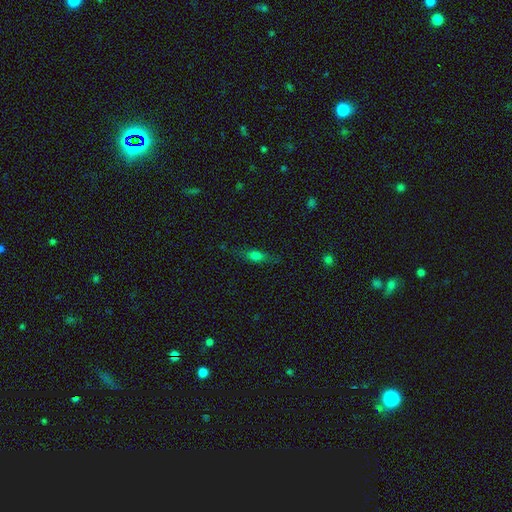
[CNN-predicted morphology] Smooth or featured: smooth — 59% (featured or disk — 29%)
How rounded: in between — 48% (cigar-shaped — 46%)
Merging: none — 76% (minor disturbance — 17%)